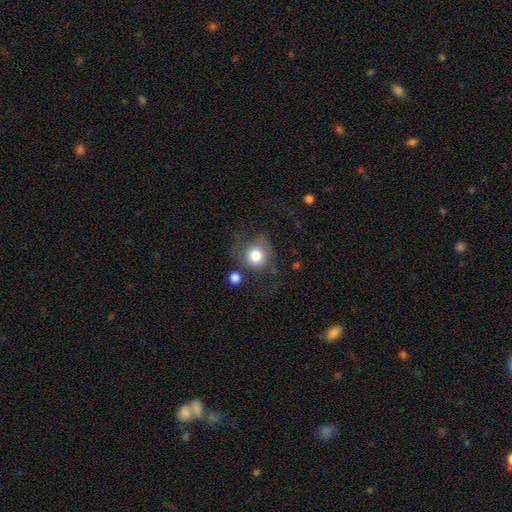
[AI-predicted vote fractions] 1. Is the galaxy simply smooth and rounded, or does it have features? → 77% smooth, 14% featured or disk, 9% star or artifact.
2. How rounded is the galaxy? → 83% round, 16% in between, 1% cigar-shaped.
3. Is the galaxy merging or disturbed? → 54% none, 23% minor disturbance, 17% major disturbance, 6% merger.